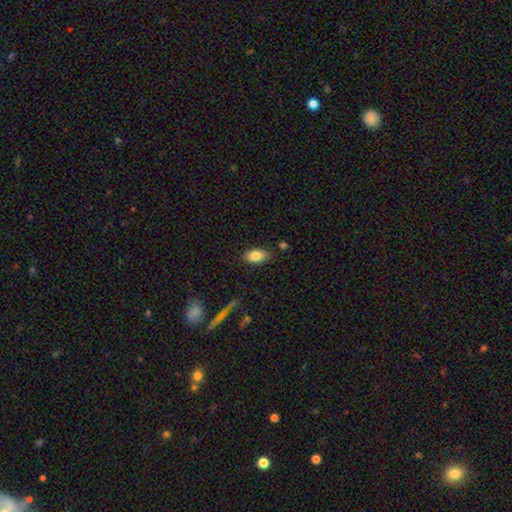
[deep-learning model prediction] Smooth or featured: smooth — 83% (featured or disk — 9%)
How rounded: in between — 92% (round — 5%)
Merging: none — 83% (minor disturbance — 12%)